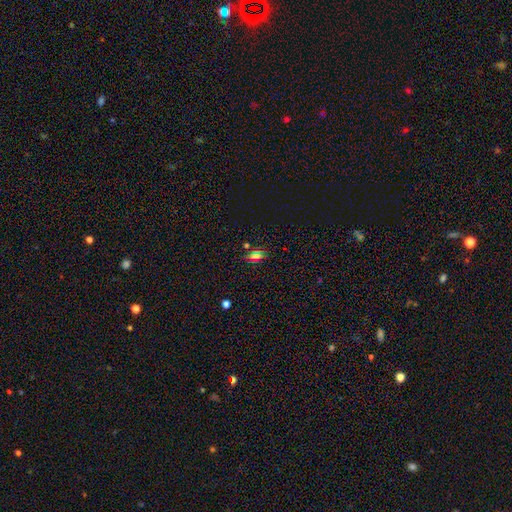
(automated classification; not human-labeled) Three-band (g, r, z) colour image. It shows a smooth galaxy with no disk features (51%) that is in between round and cigar-shaped (62%). Merging: none (83%).